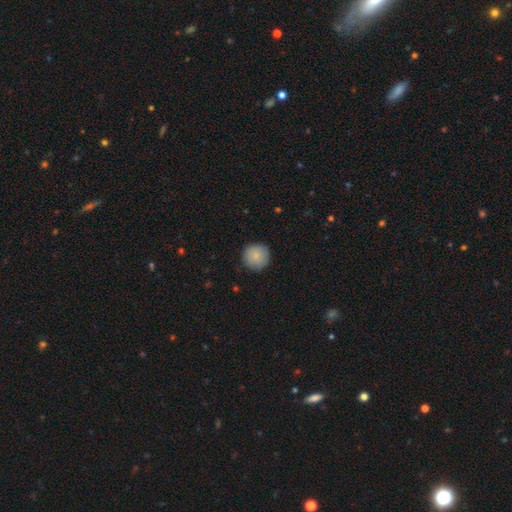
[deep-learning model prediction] Smooth or featured? smooth (84%)
How rounded? round (95%)
Merging? none (88%)